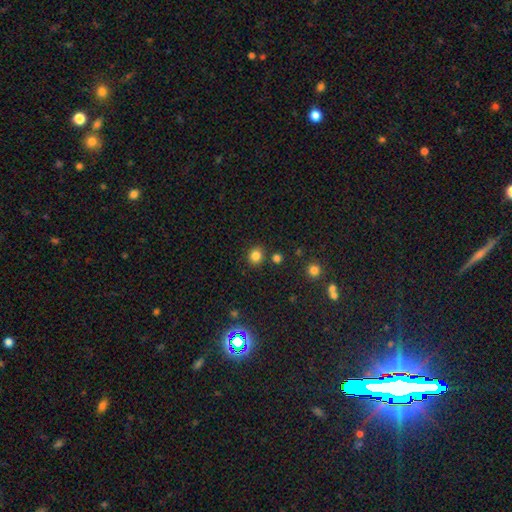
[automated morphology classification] The model was most divided on "how rounded": round: 81%, in between: 18%, cigar-shaped: 1%. More confident: merging — none (85%); smooth or featured — smooth (83%).